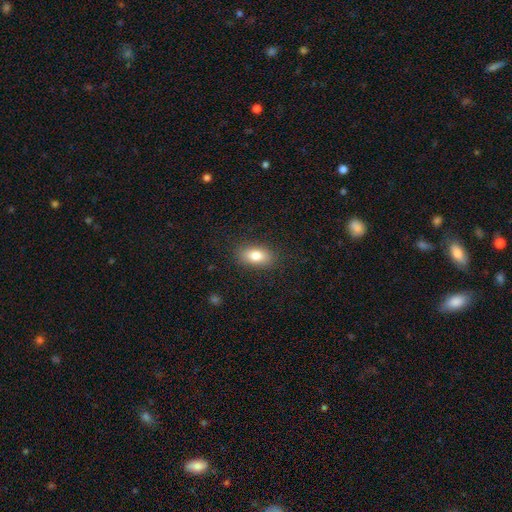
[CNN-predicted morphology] A smooth galaxy with no disk features (81%) that is in between round and cigar-shaped (88%). Merging: none (87%).